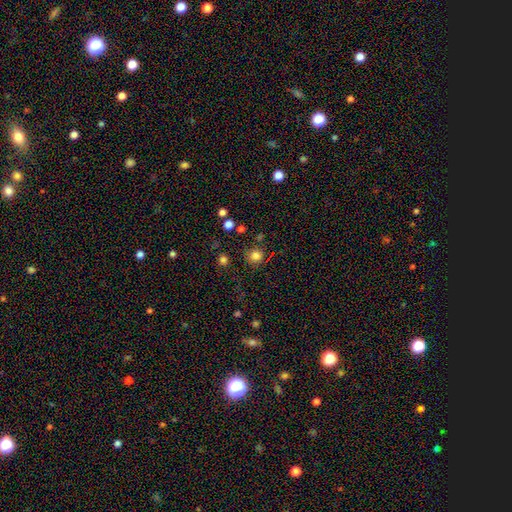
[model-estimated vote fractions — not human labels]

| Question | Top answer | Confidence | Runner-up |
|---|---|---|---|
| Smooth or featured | smooth | 81% | star or artifact (14%) |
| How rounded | round | 92% | in between (7%) |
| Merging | none | 83% | minor disturbance (10%) |